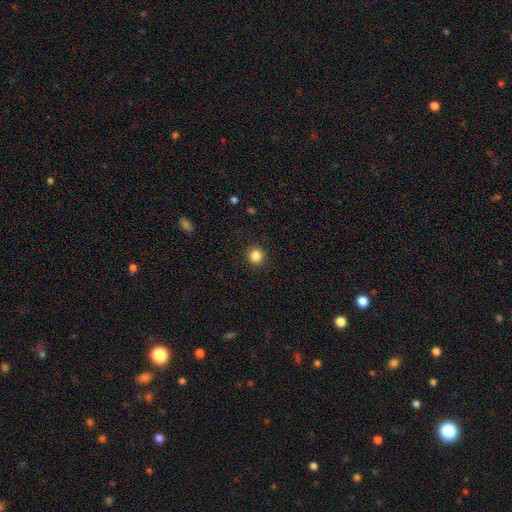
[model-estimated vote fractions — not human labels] A smooth galaxy with no disk features (85%) that is round (93%). Merging: none (91%).